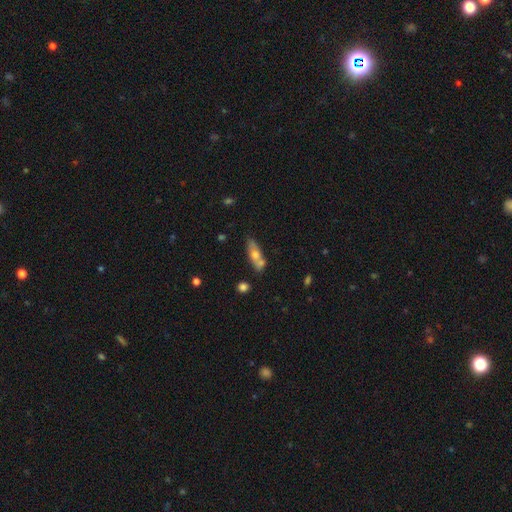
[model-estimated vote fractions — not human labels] smooth-or-featured: smooth: 58% | featured or disk: 34% | star or artifact: 7%
  how-rounded: in between: 59% | cigar-shaped: 35% | round: 5%
  merging: none: 50% | merger: 28% | minor disturbance: 16% | major disturbance: 5%